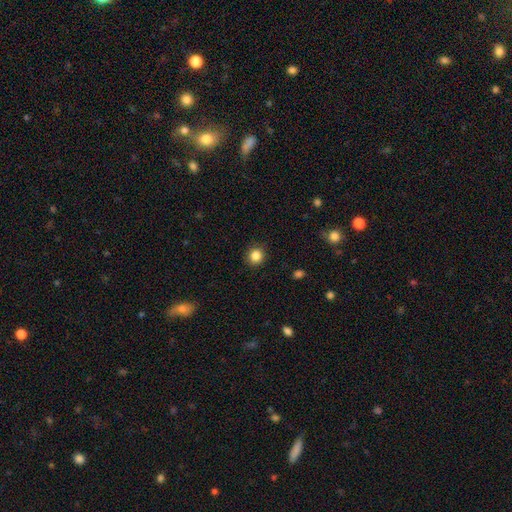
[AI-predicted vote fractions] smooth_or_featured: smooth (p=0.85) [alt: star or artifact p=0.11]
how_rounded: round (p=0.90) [alt: in between p=0.09]
merging: none (p=0.90) [alt: minor disturbance p=0.07]